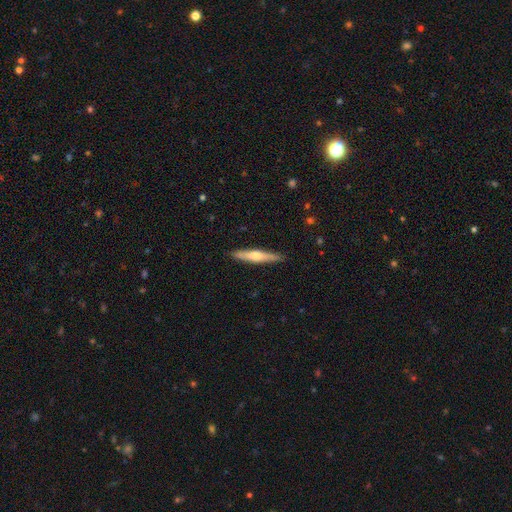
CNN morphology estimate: type=smooth (48%); merging=none (89%).